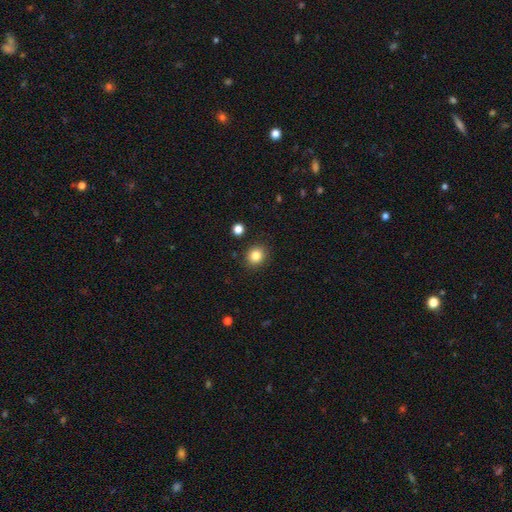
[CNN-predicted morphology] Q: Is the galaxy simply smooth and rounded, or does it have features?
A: smooth — 84%.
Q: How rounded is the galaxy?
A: round — 78%.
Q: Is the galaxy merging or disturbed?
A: none — 88%.